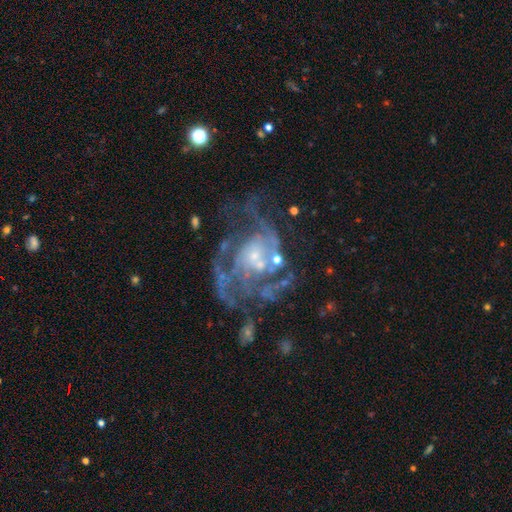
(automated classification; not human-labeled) The model was most divided on "spiral arm count": can't tell: 27%, 3: 25%, 2: 21%, 4: 13%, more than 4: 7%, 1: 7%. Remaining: edge-on disk — no (98%); spiral arms — yes (89%); smooth or featured — featured or disk (85%); bar — no (72%); bulge size — small (63%); spiral winding — medium (45%); merging — none (44%).